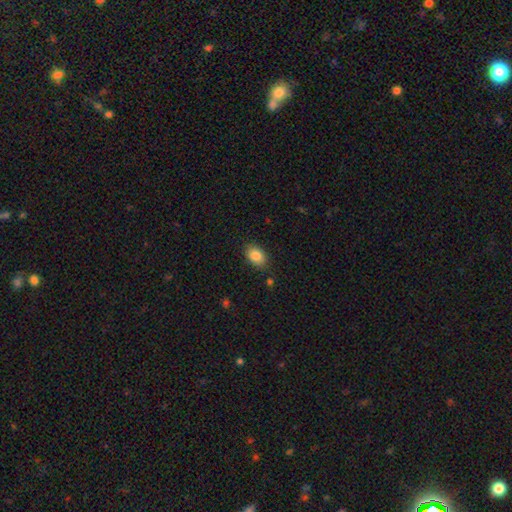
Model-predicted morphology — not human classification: A smooth galaxy with no disk features (87%) that is in between round and cigar-shaped (84%). Merging: none (83%).